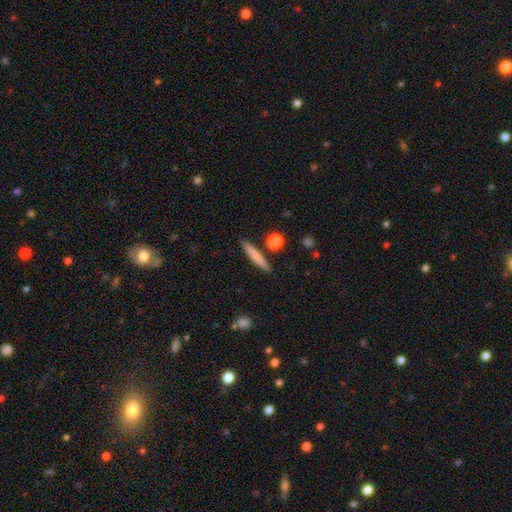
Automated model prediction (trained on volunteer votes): smooth 74%, featured or disk 19%, star or artifact 6%. Down the decision tree: how rounded — cigar-shaped (93%); merging — none (88%).